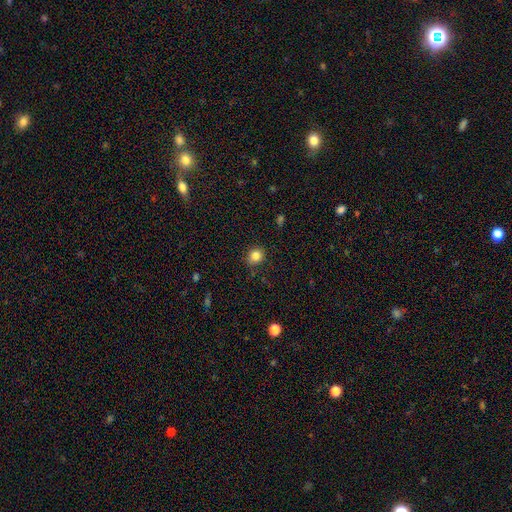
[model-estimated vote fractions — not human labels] Smooth or featured: smooth — 83% (star or artifact — 11%)
How rounded: round — 78% (in between — 21%)
Merging: none — 85% (minor disturbance — 11%)